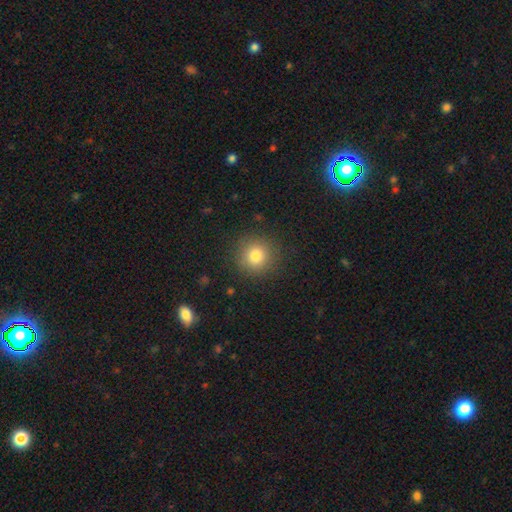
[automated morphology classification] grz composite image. It shows a smooth galaxy with no disk features (81%) that is round (93%). Merging: none (88%).